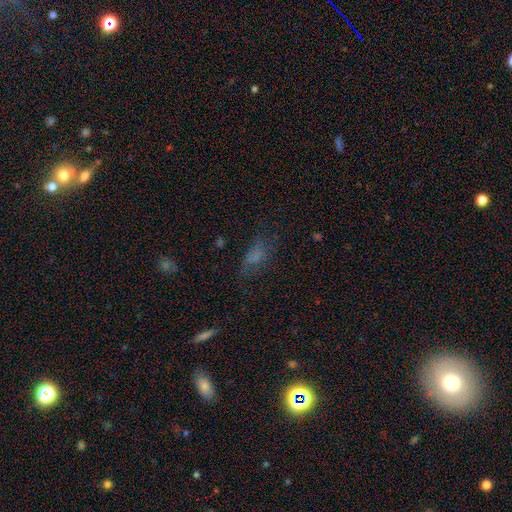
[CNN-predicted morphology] Overall: smooth (62%). How rounded: in between (79%). Merging: none (53%; minor disturbance 24%).